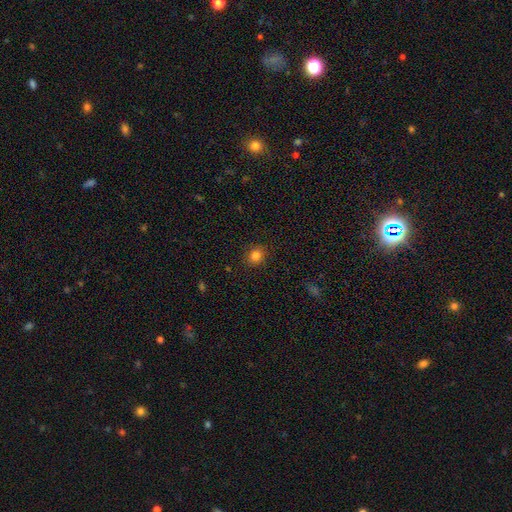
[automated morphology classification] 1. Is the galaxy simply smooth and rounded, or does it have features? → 83% smooth, 12% star or artifact, 5% featured or disk.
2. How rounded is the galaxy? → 81% round, 19% in between, 1% cigar-shaped.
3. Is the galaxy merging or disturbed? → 89% none, 7% minor disturbance, 2% major disturbance, 1% merger.